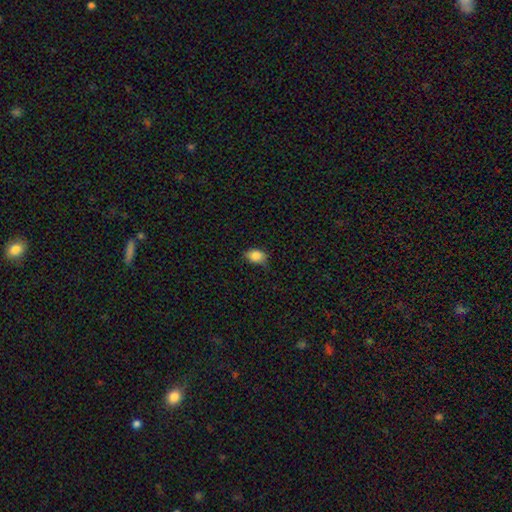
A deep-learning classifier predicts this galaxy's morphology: smooth 84%, star or artifact 9%, featured or disk 6%. Down the decision tree: how rounded — in between (75%); merging — none (64%).